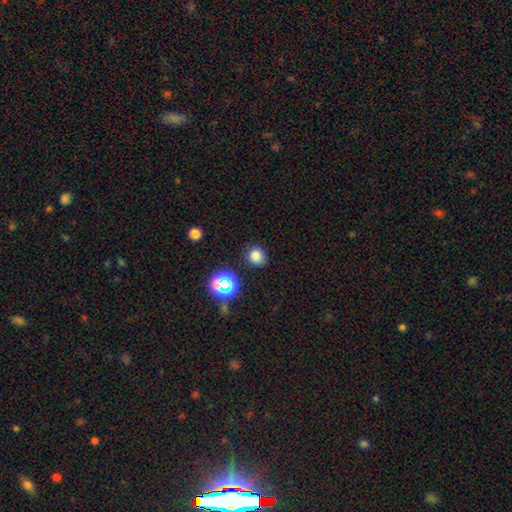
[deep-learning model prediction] A smooth galaxy with no disk features (77%) that is round (81%). Merging: none (85%).